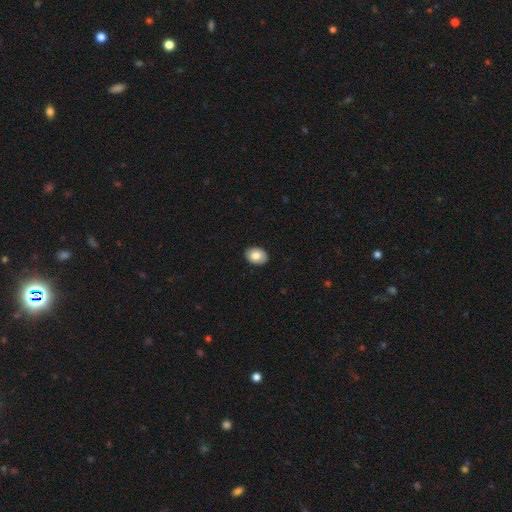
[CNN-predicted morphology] type=smooth (80%); roundness=in between (72%); merging=none (90%).